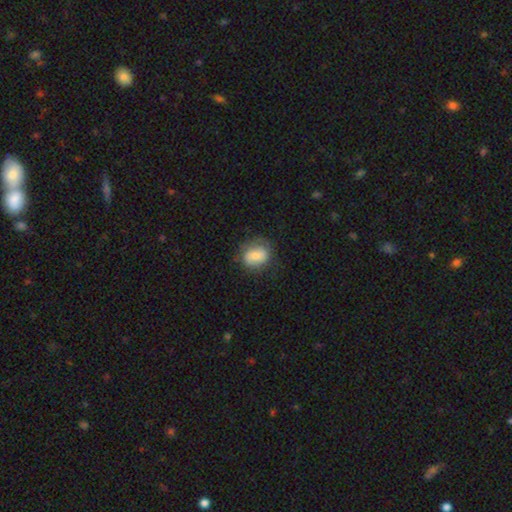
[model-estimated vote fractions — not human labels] Smooth or featured? smooth (72%)
How rounded? in between (52%)
Merging? none (70%)